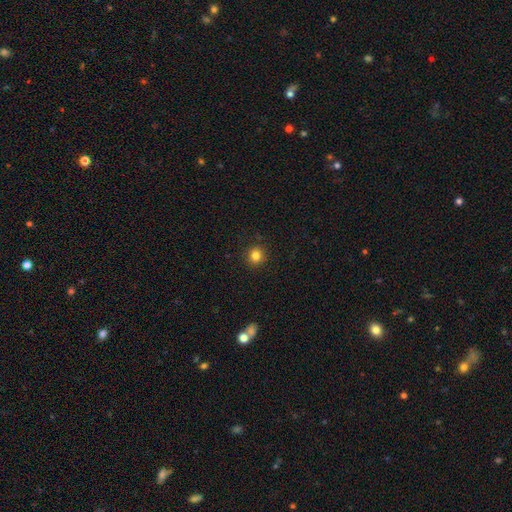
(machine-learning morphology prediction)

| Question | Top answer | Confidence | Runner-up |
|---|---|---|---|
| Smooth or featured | smooth | 83% | star or artifact (12%) |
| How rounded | round | 92% | in between (7%) |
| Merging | none | 91% | minor disturbance (6%) |